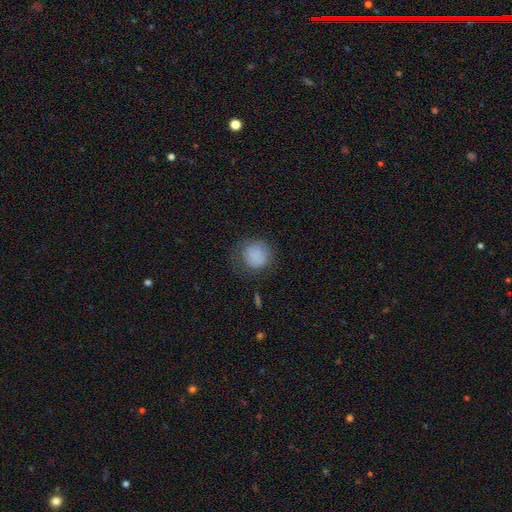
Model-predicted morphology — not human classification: The model was most divided on "merging": none: 65%, minor disturbance: 20%, major disturbance: 13%, merger: 2%. More confident: how rounded — round (89%); smooth or featured — smooth (82%).